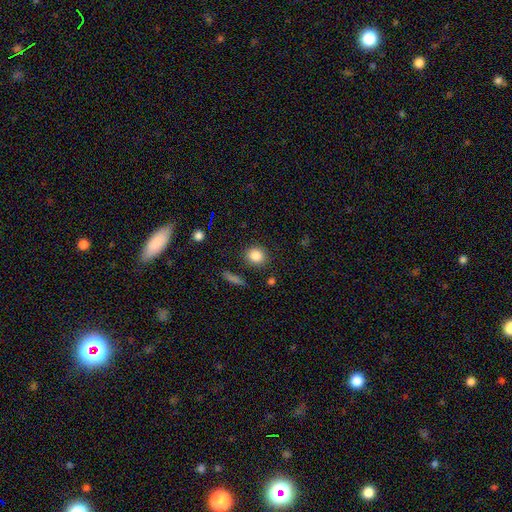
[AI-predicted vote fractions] Morphology: type=smooth (85%); roundness=round (83%); merging=none (87%).